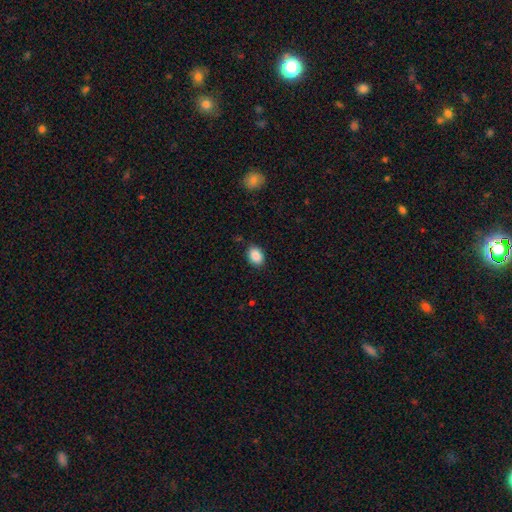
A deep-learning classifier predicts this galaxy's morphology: Smooth or featured?
  - smooth: 89% *
  - star or artifact: 8%
  - featured or disk: 3%
How rounded?
  - in between: 81% *
  - round: 18%
  - cigar-shaped: 1%
Merging?
  - none: 85% *
  - minor disturbance: 11%
  - major disturbance: 3%
  - merger: 1%